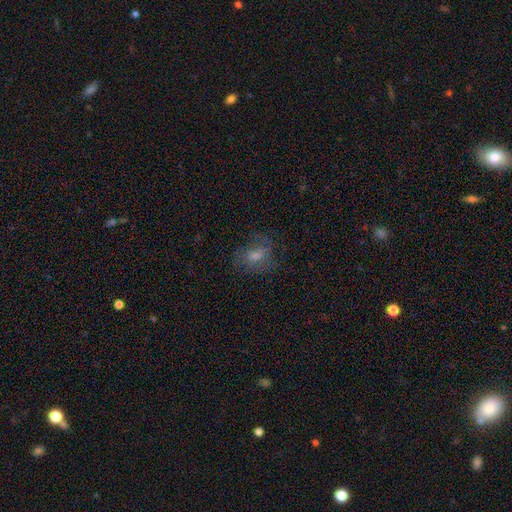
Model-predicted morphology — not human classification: This is marginally a smooth galaxy (42%). Merging: likely none (67%).